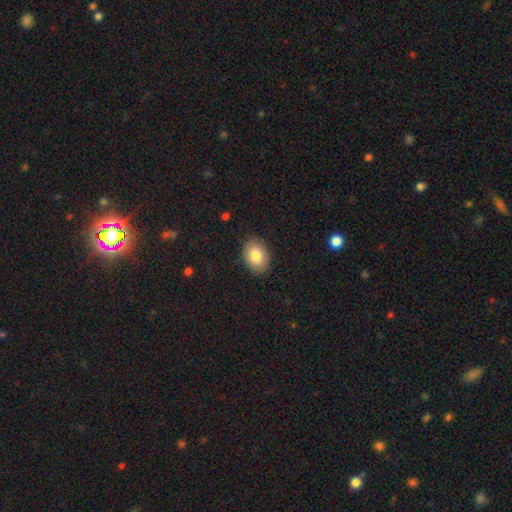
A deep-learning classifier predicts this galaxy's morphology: A smooth galaxy with no disk features (83%) that is in between round and cigar-shaped (78%).

Vote fractions:
- Smooth or featured? smooth: 83% / featured or disk: 9% / star or artifact: 7%
- How rounded? in between: 78% / round: 21% / cigar-shaped: 1%
- Merging? none: 87% / minor disturbance: 10% / major disturbance: 2% / merger: 1%